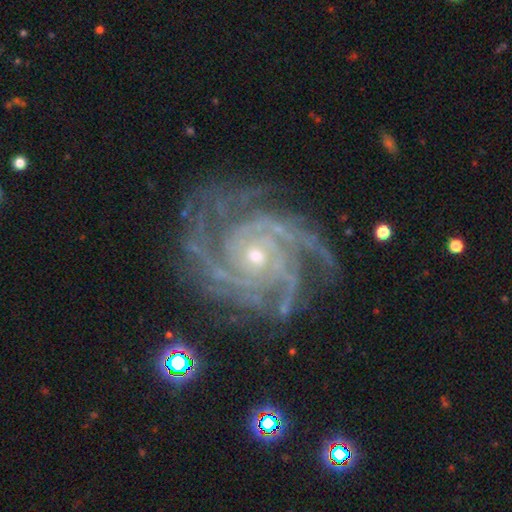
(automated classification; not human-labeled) This appears to be a featured or disk galaxy (93%) with no bar (74%), 4 (30%) tight (71%) spiral arms (99%) and a small central bulge (67%). Merging: none (77%).